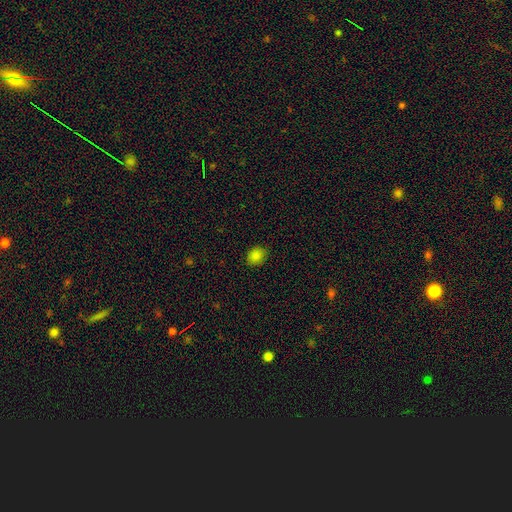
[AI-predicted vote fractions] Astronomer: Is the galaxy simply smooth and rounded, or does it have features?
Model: smooth — 84%.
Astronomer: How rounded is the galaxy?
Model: round — 56% (runner-up: in between, 43%).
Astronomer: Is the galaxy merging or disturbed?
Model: none — 87%.